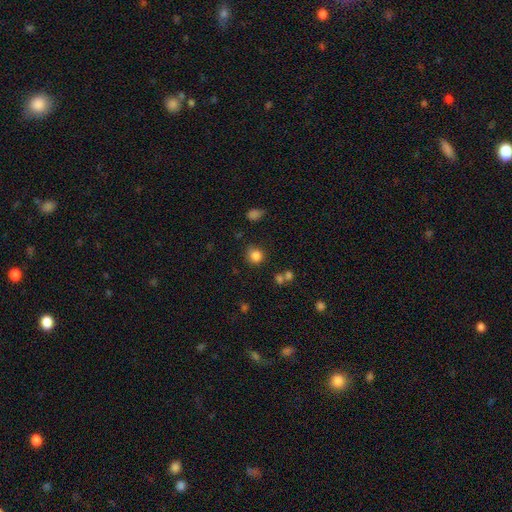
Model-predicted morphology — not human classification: smooth_or_featured: smooth (p=0.83) [alt: star or artifact p=0.12]
how_rounded: round (p=0.86) [alt: in between p=0.13]
merging: none (p=0.78) [alt: minor disturbance p=0.13]